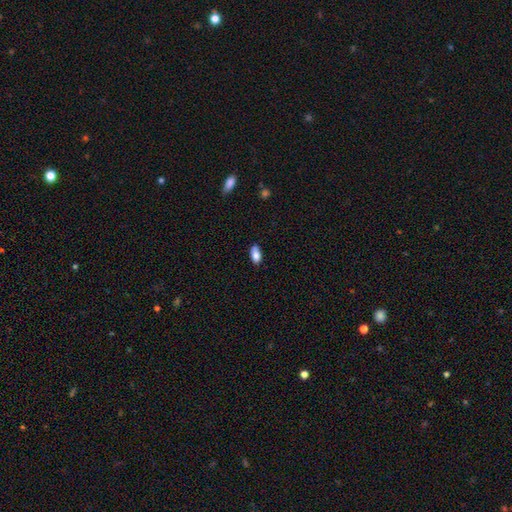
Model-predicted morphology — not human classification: smooth_or_featured: smooth (p=0.81) [alt: featured or disk p=0.11]
how_rounded: in between (p=0.90) [alt: cigar-shaped p=0.05]
merging: none (p=0.62) [alt: minor disturbance p=0.25]